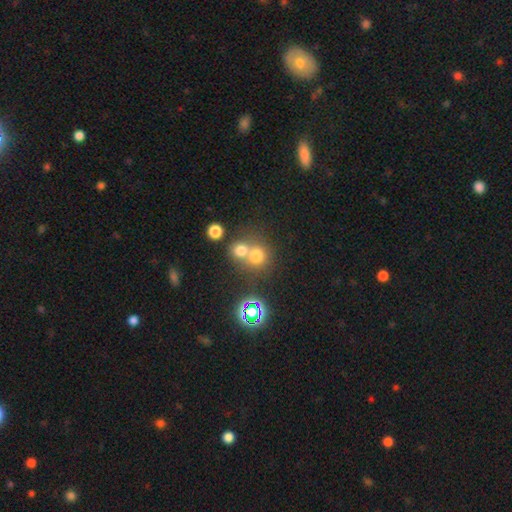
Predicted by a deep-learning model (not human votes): This appears to be a smooth galaxy with no disk features (70%) that is round (83%). Merging: merger (50%).